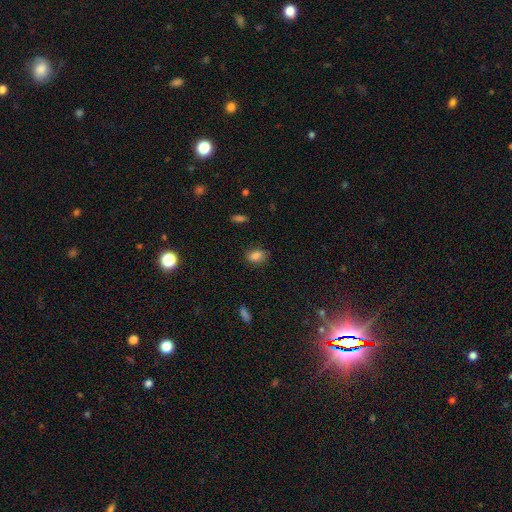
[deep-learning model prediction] Smooth or featured?
  - smooth: 83% *
  - star or artifact: 10%
  - featured or disk: 7%
How rounded?
  - in between: 79% *
  - round: 19%
  - cigar-shaped: 2%
Merging?
  - none: 79% *
  - minor disturbance: 16%
  - major disturbance: 4%
  - merger: 1%